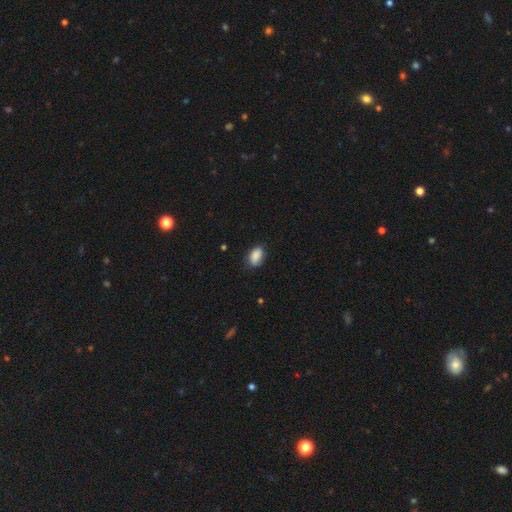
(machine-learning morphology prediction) A smooth galaxy with no disk features (87%) that is in between round and cigar-shaped (87%).

Vote fractions:
- Smooth or featured? smooth: 87% / star or artifact: 8% / featured or disk: 6%
- How rounded? in between: 87% / round: 11% / cigar-shaped: 2%
- Merging? none: 70% / minor disturbance: 24% / major disturbance: 4% / merger: 1%